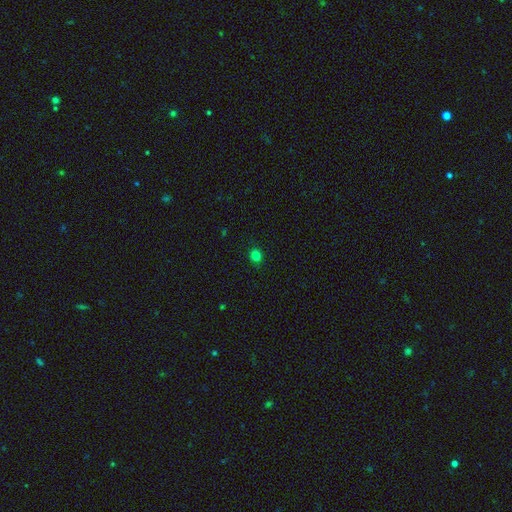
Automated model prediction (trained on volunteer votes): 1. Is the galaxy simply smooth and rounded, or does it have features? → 80% smooth, 16% star or artifact, 3% featured or disk.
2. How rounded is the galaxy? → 80% round, 19% in between, 1% cigar-shaped.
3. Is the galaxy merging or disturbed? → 89% none, 8% minor disturbance, 2% major disturbance, 1% merger.